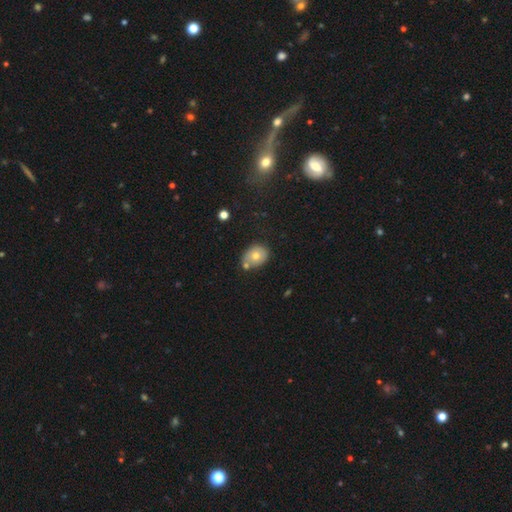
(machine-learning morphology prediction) This is likely a smooth galaxy (70%). How rounded: possibly in between (50%). Merging: possibly none (59%).